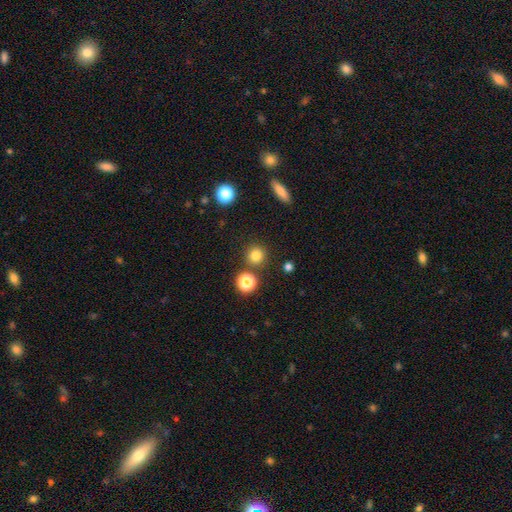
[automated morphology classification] Q: Smooth or featured?
A: smooth (81%); runner-up: star or artifact (14%)
Q: How rounded?
A: round (92%); runner-up: in between (7%)
Q: Merging?
A: none (84%); runner-up: minor disturbance (7%)